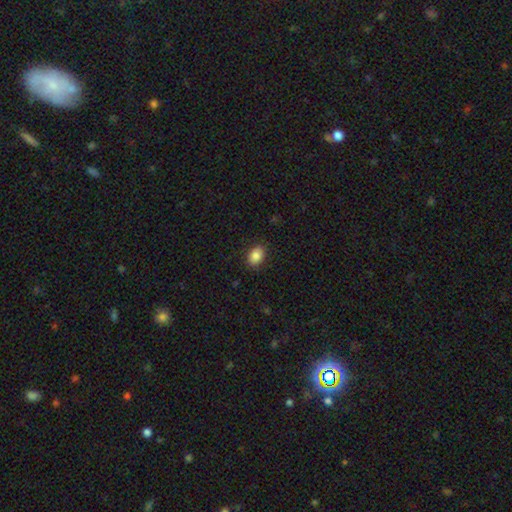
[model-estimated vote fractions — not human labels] The model was most divided on "how rounded": in between: 74%, round: 25%, cigar-shaped: 1%. More confident: merging — none (87%); smooth or featured — smooth (86%).